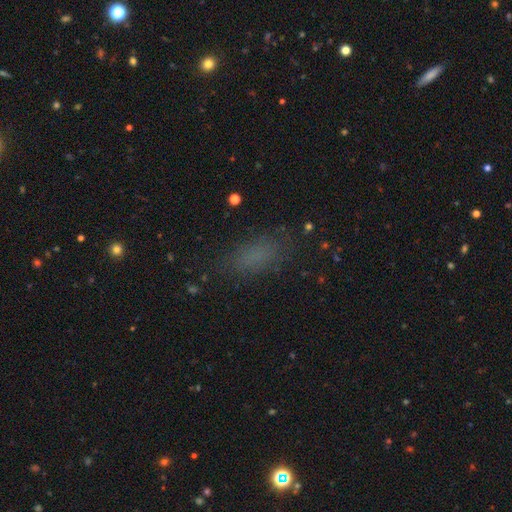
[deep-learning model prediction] smooth_or_featured: smooth (p=0.74) [alt: star or artifact p=0.17]
how_rounded: in between (p=0.77) [alt: cigar-shaped p=0.18]
merging: none (p=0.77) [alt: minor disturbance p=0.14]